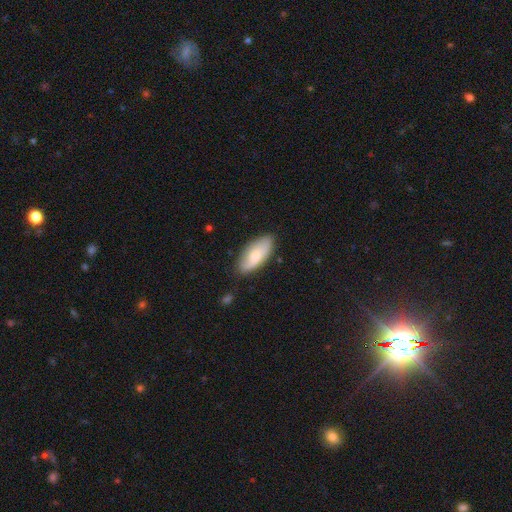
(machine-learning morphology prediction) type=smooth (64%); roundness=in between (87%); merging=none (76%).